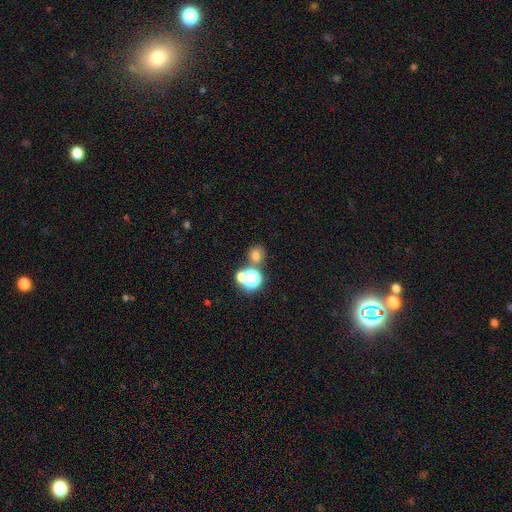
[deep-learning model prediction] A smooth galaxy with no disk features (63%) that is round (76%).

Vote fractions:
- Smooth or featured? smooth: 63% / star or artifact: 27% / featured or disk: 9%
- How rounded? round: 76% / in between: 23% / cigar-shaped: 1%
- Merging? none: 66% / merger: 19% / minor disturbance: 10% / major disturbance: 5%